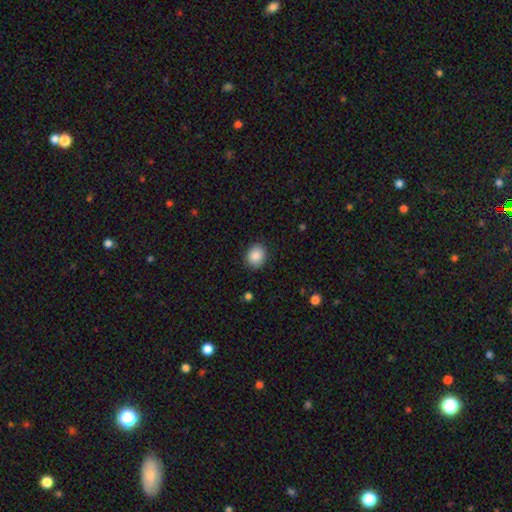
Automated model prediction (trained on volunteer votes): Q: Smooth or featured?
A: smooth (88%); runner-up: star or artifact (8%)
Q: How rounded?
A: round (63%); runner-up: in between (36%)
Q: Merging?
A: none (89%); runner-up: minor disturbance (8%)